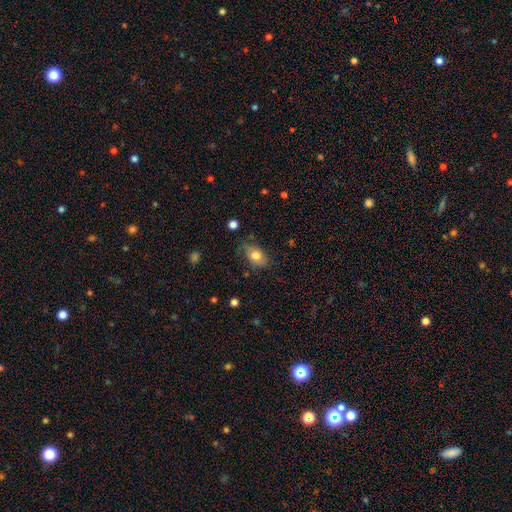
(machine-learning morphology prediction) This appears to be a smooth galaxy with no disk features (77%) that is in between round and cigar-shaped (84%). Merging: none (65%).